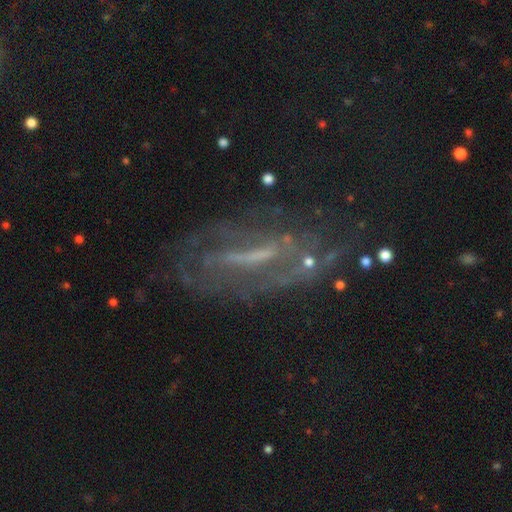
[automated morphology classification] A featured or disk galaxy (72%) with a strong bar (48%), spiral arms (65%) and no central bulge (42%).

Vote fractions:
- Smooth or featured? featured or disk: 72% / star or artifact: 16% / smooth: 12%
- Edge-on disk? no: 82% / yes: 18%
- Bar? strong: 48% / weak: 32% / no: 20%
- Spiral arms? yes: 65% / no: 35%
- Bulge size? none: 42% / small: 32% / moderate: 21% / large: 4% / dominant: 2%
- Merging? none: 56% / major disturbance: 20% / minor disturbance: 20% / merger: 3%